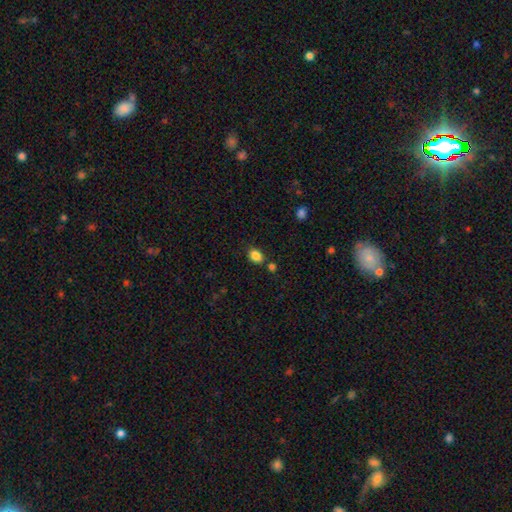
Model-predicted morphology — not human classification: The model was most divided on "how rounded": in between: 69%, round: 30%, cigar-shaped: 1%. More confident: smooth or featured — smooth (86%); merging — none (76%).